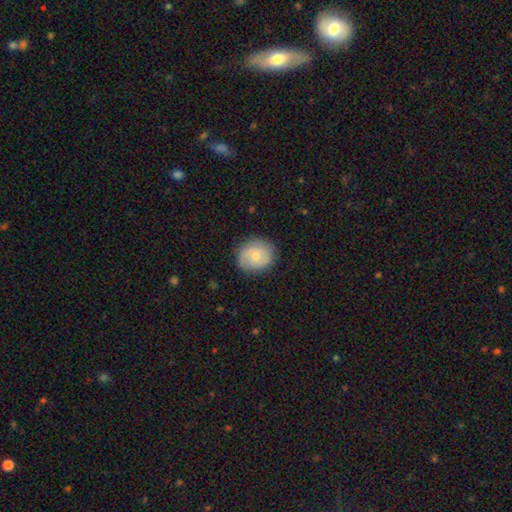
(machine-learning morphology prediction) A smooth galaxy with no disk features (62%) that is round (82%).

Vote fractions:
- Smooth or featured? smooth: 62% / featured or disk: 31% / star or artifact: 7%
- How rounded? round: 82% / in between: 18% / cigar-shaped: 1%
- Merging? none: 84% / minor disturbance: 12% / major disturbance: 3% / merger: 1%